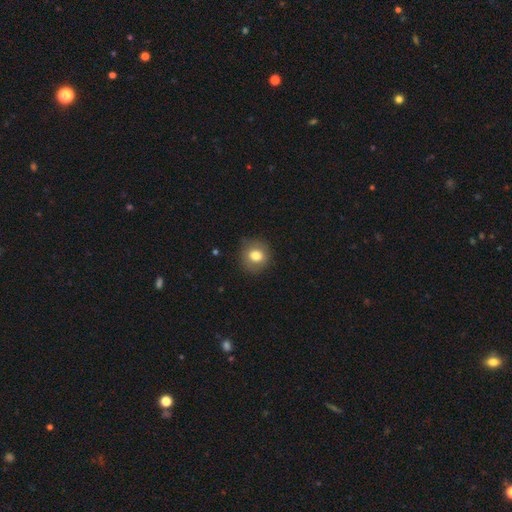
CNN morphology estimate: A smooth galaxy with no disk features (78%) that is round (83%). Merging: none (84%).